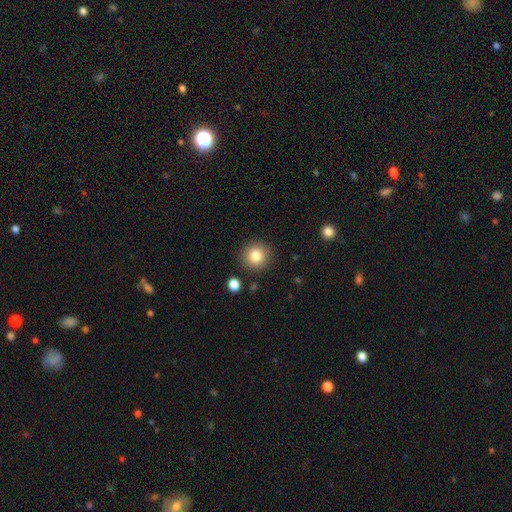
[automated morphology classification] Overall: smooth (83%). How rounded: round (92%). Merging: none (88%).